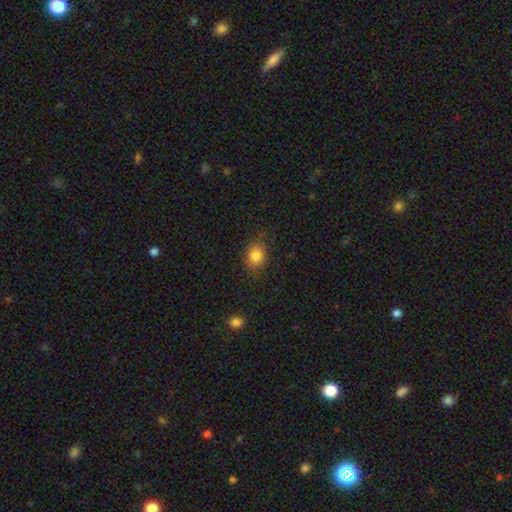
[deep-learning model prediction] smooth_or_featured: smooth (p=0.82) [alt: star or artifact p=0.11]
how_rounded: round (p=0.50) [alt: in between p=0.49]
merging: none (p=0.78) [alt: minor disturbance p=0.16]